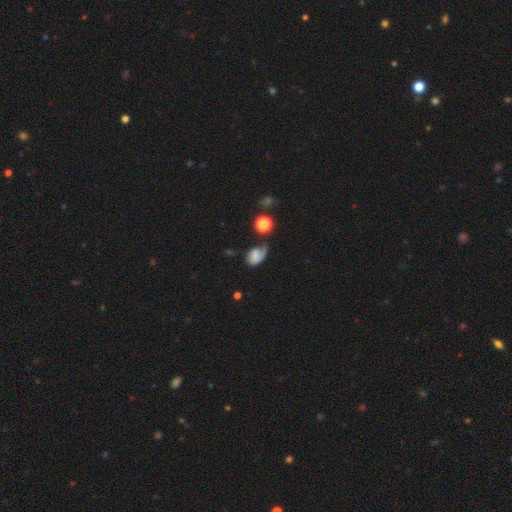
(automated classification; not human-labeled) This appears to be a smooth galaxy with no disk features (63%) that is in between round and cigar-shaped (72%). Merging: minor disturbance (33%).